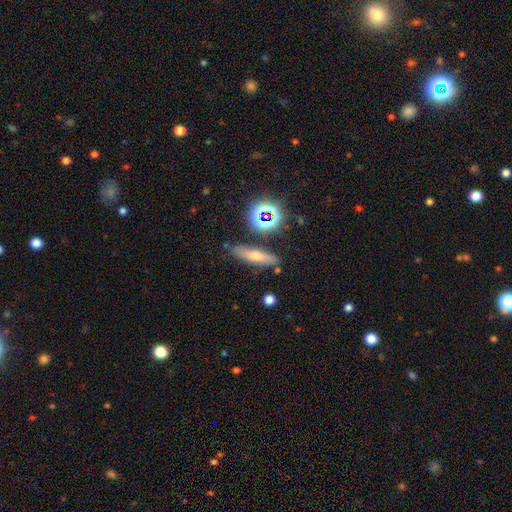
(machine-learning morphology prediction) The model was most divided on "smooth or featured": smooth: 52%, featured or disk: 28%, star or artifact: 21%. More confident: merging — none (81%); how rounded — cigar-shaped (67%).